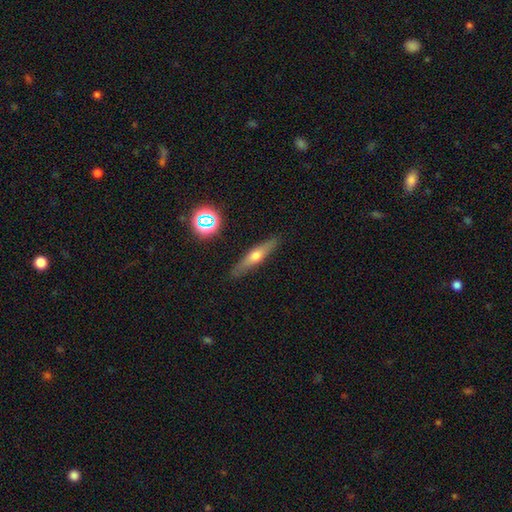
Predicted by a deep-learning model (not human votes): Smooth or featured?
  - featured or disk: 48% *
  - smooth: 43%
  - star or artifact: 9%
Merging?
  - none: 88% *
  - minor disturbance: 9%
  - major disturbance: 2%
  - merger: 1%